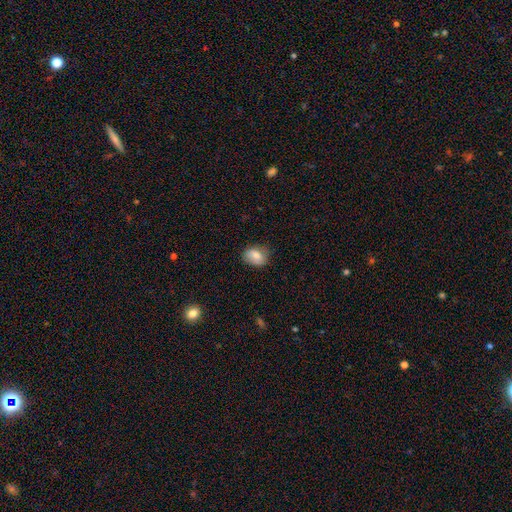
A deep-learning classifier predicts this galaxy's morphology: smooth-or-featured: smooth: 75% | featured or disk: 17% | star or artifact: 8%
  how-rounded: in between: 64% | round: 35% | cigar-shaped: 1%
  merging: none: 73% | minor disturbance: 22% | major disturbance: 5% | merger: 1%